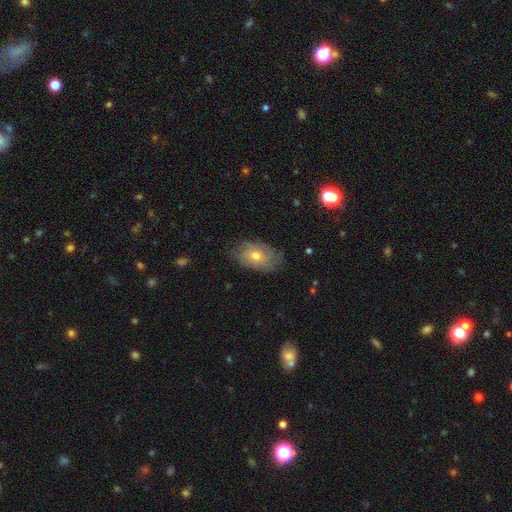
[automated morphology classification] smooth_or_featured: featured or disk (p=0.48) [alt: smooth p=0.43]
merging: none (p=0.73) [alt: minor disturbance p=0.20]